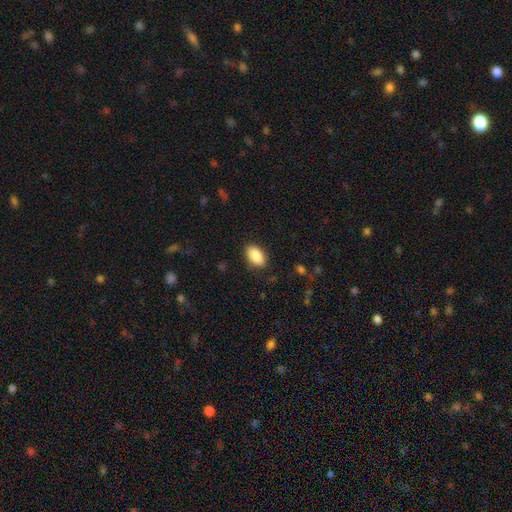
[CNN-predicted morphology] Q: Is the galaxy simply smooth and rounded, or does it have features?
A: smooth — 89%.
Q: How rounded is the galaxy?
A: in between — 93%.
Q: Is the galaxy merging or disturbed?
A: none — 86%.